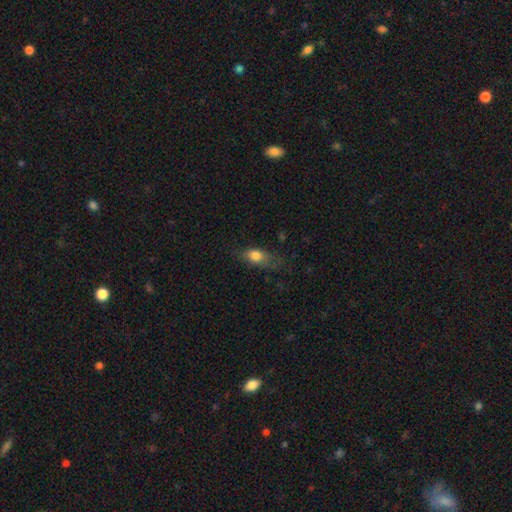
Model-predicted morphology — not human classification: This appears to be a smooth galaxy with no disk features (77%) that is in between round and cigar-shaped (76%). Merging: none (54%).